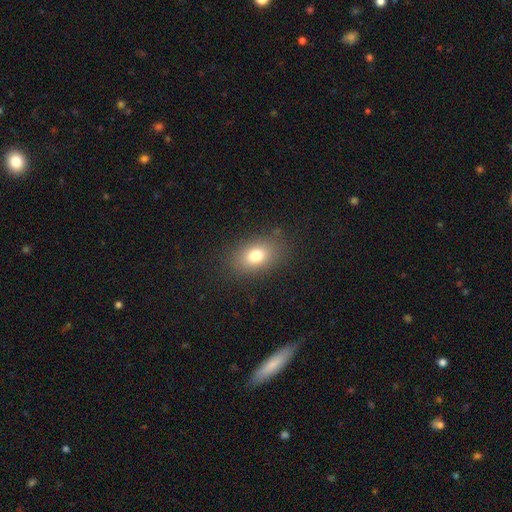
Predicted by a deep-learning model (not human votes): smooth 76%, featured or disk 12%, star or artifact 12%. Down the decision tree: how rounded — in between (80%); merging — none (84%).